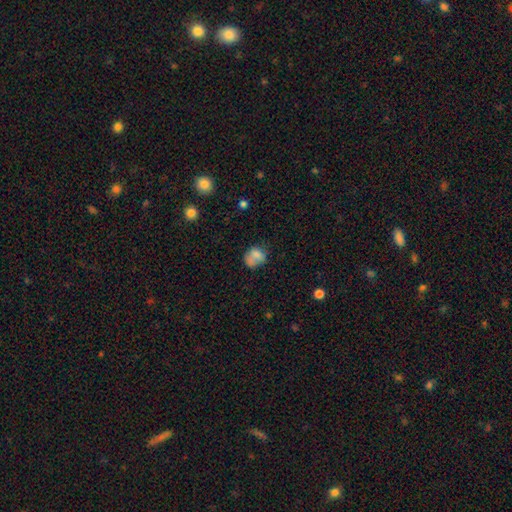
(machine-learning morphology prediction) type=smooth (72%); roundness=round (54%); merging=none (40%).